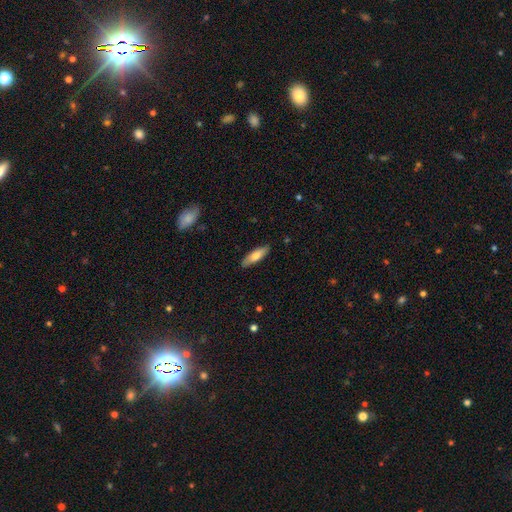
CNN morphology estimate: Smooth or featured: smooth — 73% (featured or disk — 21%)
How rounded: cigar-shaped — 52% (in between — 46%)
Merging: none — 87% (minor disturbance — 10%)